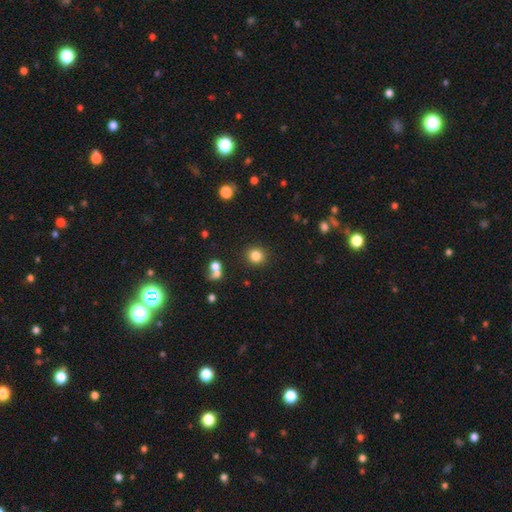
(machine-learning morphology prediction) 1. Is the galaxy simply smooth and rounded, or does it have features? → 82% smooth, 12% star or artifact, 6% featured or disk.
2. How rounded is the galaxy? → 88% round, 11% in between, 1% cigar-shaped.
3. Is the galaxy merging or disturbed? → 88% none, 6% minor disturbance, 3% merger, 3% major disturbance.